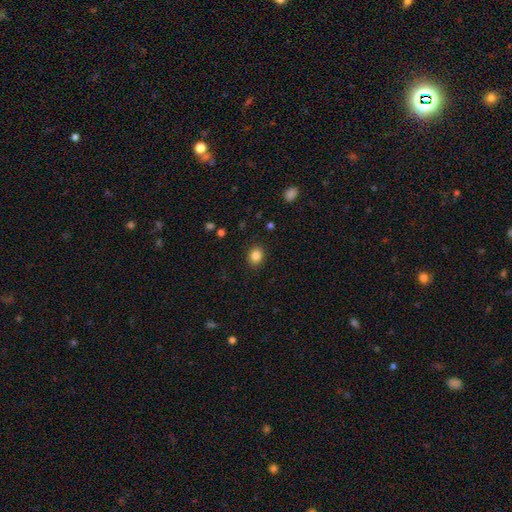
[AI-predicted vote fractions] Smooth or featured? smooth (85%)
How rounded? round (66%)
Merging? none (89%)